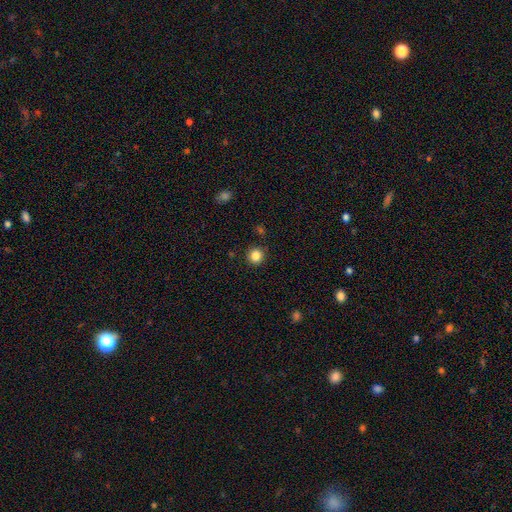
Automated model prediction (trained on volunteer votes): A smooth galaxy with no disk features (84%) that is round (93%). Merging: none (90%).